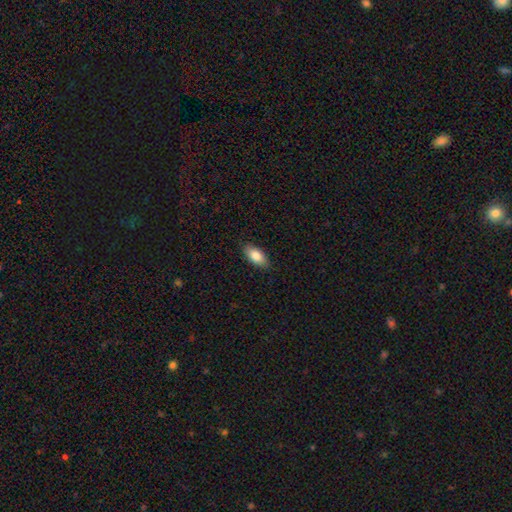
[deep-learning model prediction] A smooth galaxy with no disk features (83%) that is in between round and cigar-shaped (90%).

Vote fractions:
- Smooth or featured? smooth: 83% / featured or disk: 10% / star or artifact: 6%
- How rounded? in between: 90% / cigar-shaped: 7% / round: 3%
- Merging? none: 87% / minor disturbance: 10% / major disturbance: 2% / merger: 1%